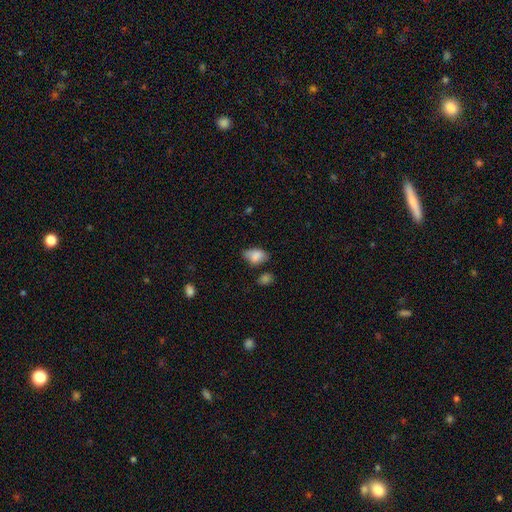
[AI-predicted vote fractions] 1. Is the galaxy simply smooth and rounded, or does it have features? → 83% smooth, 9% featured or disk, 8% star or artifact.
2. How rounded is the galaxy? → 89% in between, 10% round, 2% cigar-shaped.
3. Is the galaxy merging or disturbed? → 65% none, 24% minor disturbance, 6% major disturbance, 6% merger.